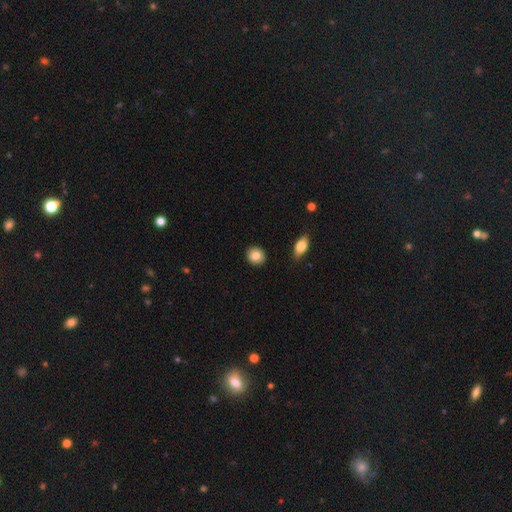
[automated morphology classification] Overall: smooth (83%). How rounded: round (84%). Merging: none (90%).